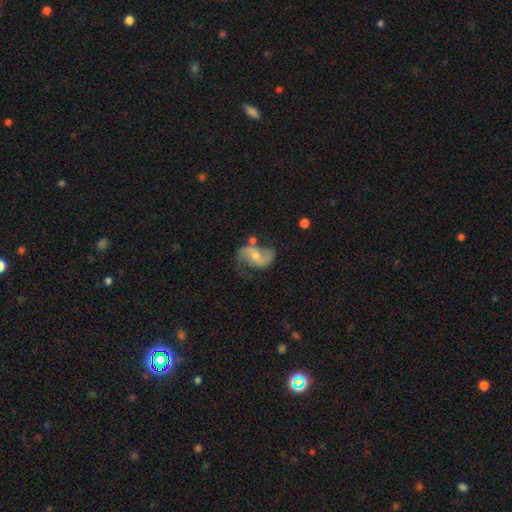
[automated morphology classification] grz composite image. It shows a featured or disk galaxy (80%) with a weak bar (42%, tied with no), 2 (90%) loose (59%) spiral arms (93%) and a moderate central bulge (51%). Merging: none (58%).